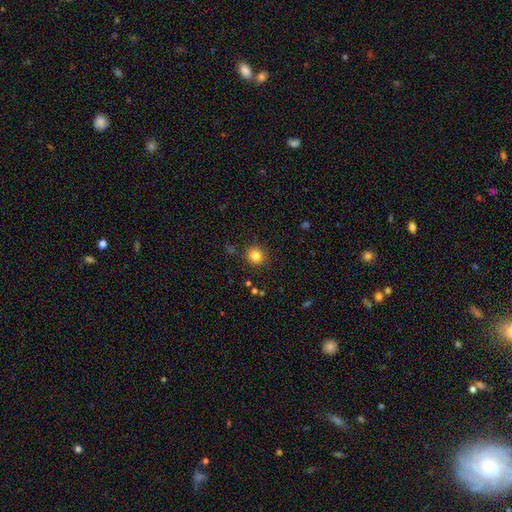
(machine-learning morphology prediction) Smooth or featured? Predicted: smooth (p=0.81). How rounded? Predicted: round (p=0.90). Merging? Predicted: none (p=0.89).